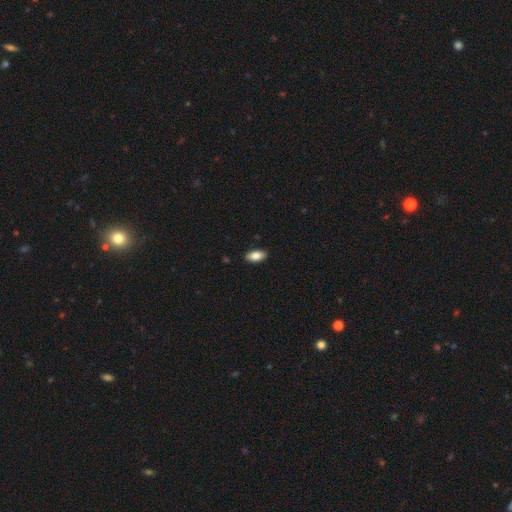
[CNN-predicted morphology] Q: Smooth or featured?
A: smooth (84%); runner-up: featured or disk (9%)
Q: How rounded?
A: in between (92%); runner-up: cigar-shaped (5%)
Q: Merging?
A: none (89%); runner-up: minor disturbance (8%)